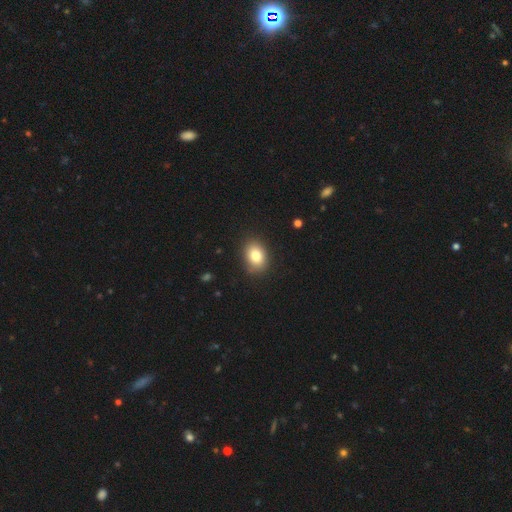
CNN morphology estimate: The model was most divided on "how rounded": in between: 71%, round: 28%, cigar-shaped: 1%. More confident: merging — none (85%); smooth or featured — smooth (82%).